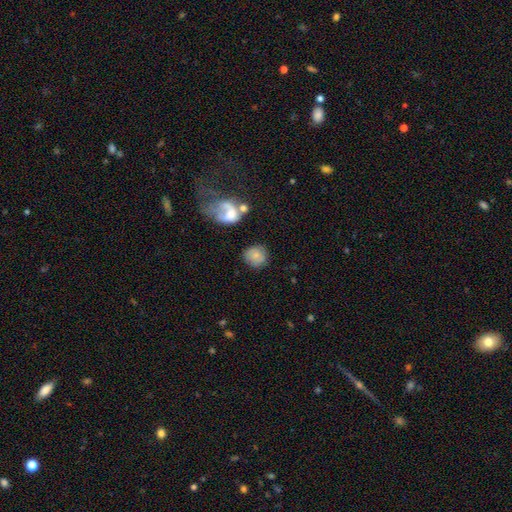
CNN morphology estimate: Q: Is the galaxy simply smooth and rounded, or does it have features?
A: smooth — 66%.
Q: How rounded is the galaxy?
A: round — 82%.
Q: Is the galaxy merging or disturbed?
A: none — 68%.